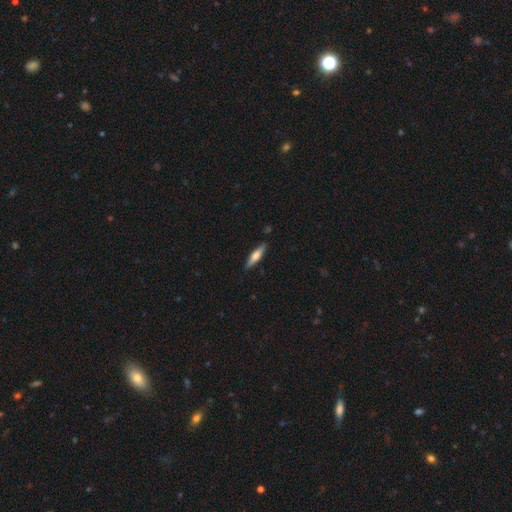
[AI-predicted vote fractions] smooth_or_featured: smooth (p=0.53) [alt: featured or disk p=0.41]
how_rounded: cigar-shaped (p=0.78) [alt: in between p=0.20]
merging: none (p=0.87) [alt: minor disturbance p=0.10]